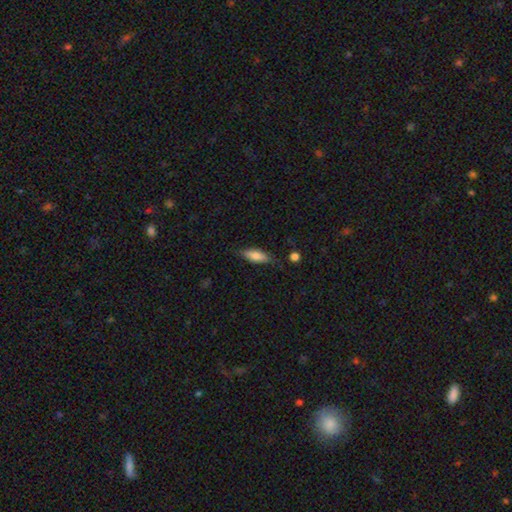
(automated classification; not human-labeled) Smooth or featured?
  - smooth: 73% *
  - featured or disk: 20%
  - star or artifact: 7%
How rounded?
  - in between: 60% *
  - cigar-shaped: 38%
  - round: 2%
Merging?
  - none: 76% *
  - minor disturbance: 18%
  - major disturbance: 4%
  - merger: 2%